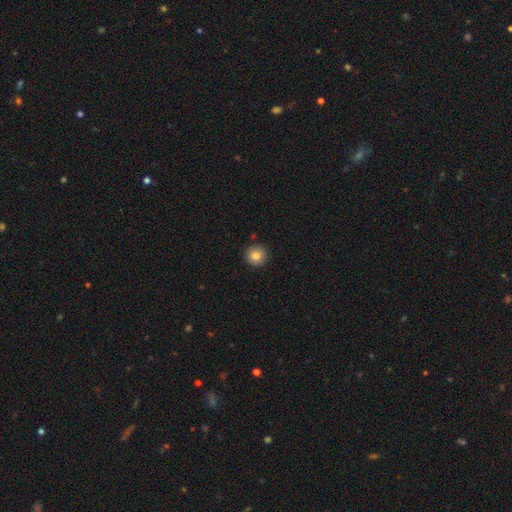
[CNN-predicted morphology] Smooth or featured? Predicted: smooth (p=0.84). How rounded? Predicted: round (p=0.94). Merging? Predicted: none (p=0.90).